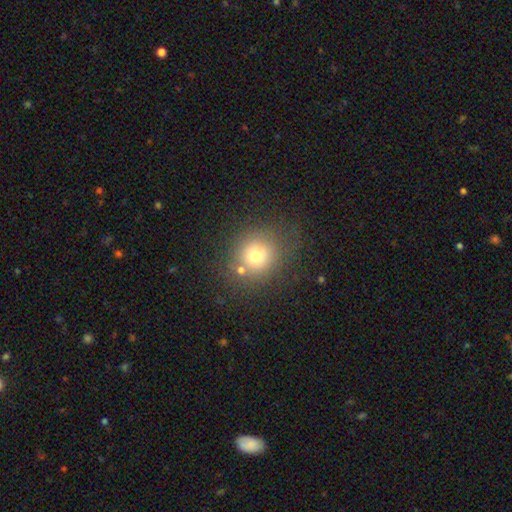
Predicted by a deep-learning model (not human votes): smooth_or_featured: smooth (p=0.72) [alt: star or artifact p=0.15]
how_rounded: round (p=0.81) [alt: in between p=0.18]
merging: none (p=0.73) [alt: minor disturbance p=0.13]